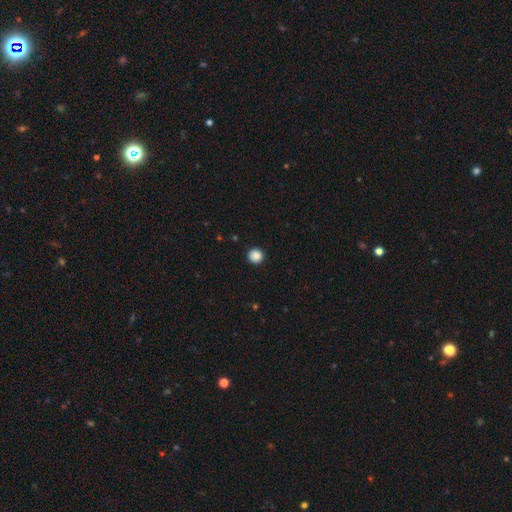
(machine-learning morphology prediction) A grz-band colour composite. It shows a smooth galaxy with no disk features (87%) that is round (95%). Merging: none (92%).